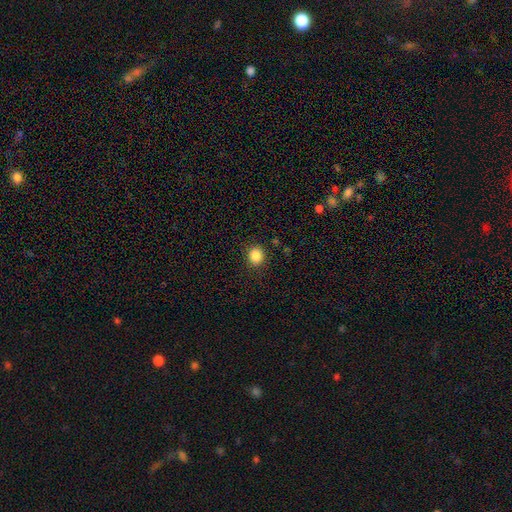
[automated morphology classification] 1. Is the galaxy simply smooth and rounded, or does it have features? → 86% smooth, 11% star or artifact, 4% featured or disk.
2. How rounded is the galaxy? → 79% round, 20% in between, 1% cigar-shaped.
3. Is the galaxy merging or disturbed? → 89% none, 7% minor disturbance, 3% major disturbance, 1% merger.